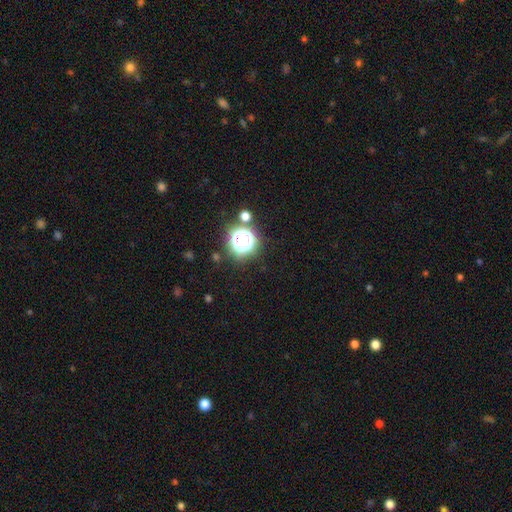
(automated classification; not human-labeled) smooth-or-featured: star or artifact: 64% | smooth: 27% | featured or disk: 9%